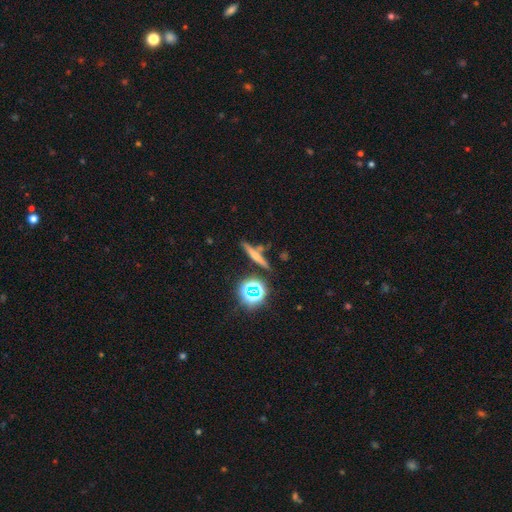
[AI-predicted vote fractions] smooth_or_featured: smooth (p=0.44) [alt: featured or disk p=0.37]
merging: none (p=0.78) [alt: minor disturbance p=0.10]